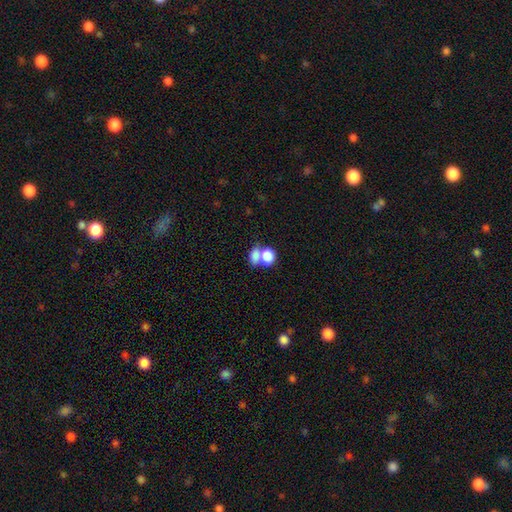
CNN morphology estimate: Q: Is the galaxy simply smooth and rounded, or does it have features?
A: smooth — 79%.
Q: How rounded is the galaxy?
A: in between — 64%.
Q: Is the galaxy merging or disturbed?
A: merger — 61%.